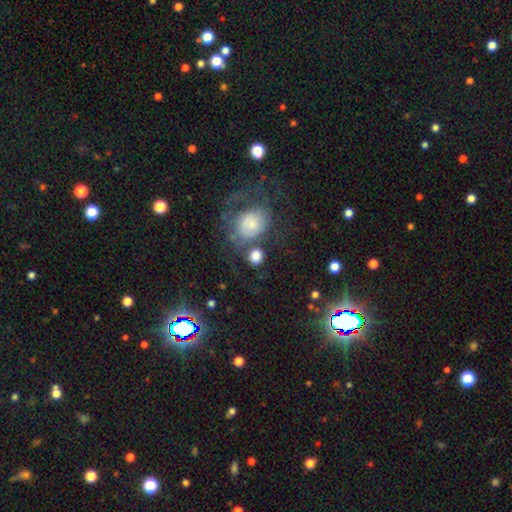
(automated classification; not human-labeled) This is likely a smooth galaxy (75%). How rounded: clearly round (82%). Merging: likely none (60%).